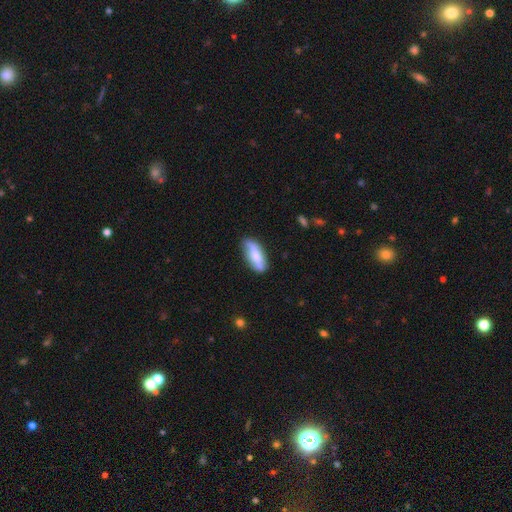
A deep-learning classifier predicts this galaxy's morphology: A smooth galaxy with no disk features (59%) that is in between round and cigar-shaped (64%). Merging: none (73%).